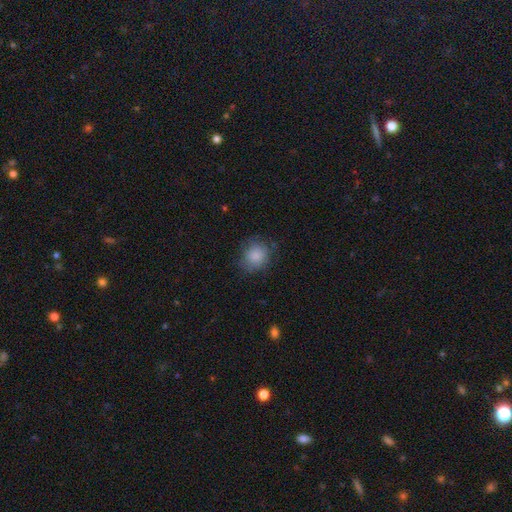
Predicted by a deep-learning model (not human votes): smooth-or-featured: smooth: 85% | star or artifact: 8% | featured or disk: 7%
  how-rounded: round: 76% | in between: 23% | cigar-shaped: 1%
  merging: none: 73% | minor disturbance: 20% | major disturbance: 6% | merger: 1%